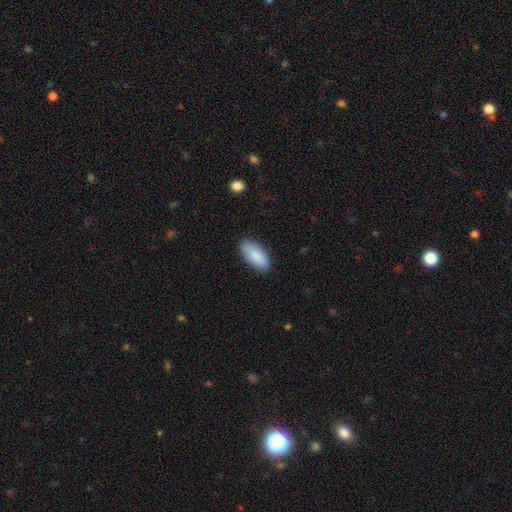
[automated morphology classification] smooth-or-featured: smooth: 89% | star or artifact: 6% | featured or disk: 5%
  how-rounded: in between: 89% | cigar-shaped: 10% | round: 2%
  merging: none: 87% | minor disturbance: 10% | major disturbance: 2% | merger: 1%